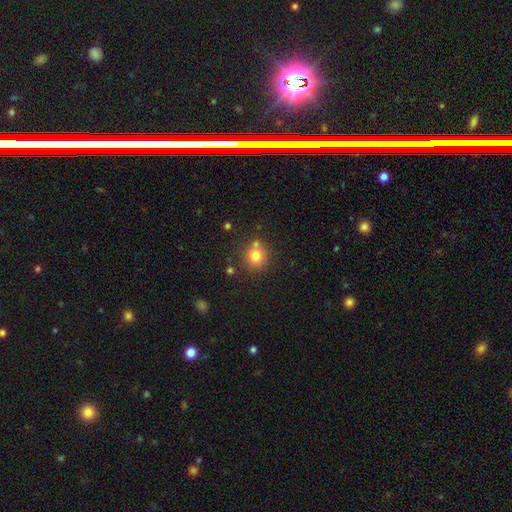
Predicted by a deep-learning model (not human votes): smooth 78%, star or artifact 12%, featured or disk 10%. Down the decision tree: how rounded — round (90%); merging — none (71%).